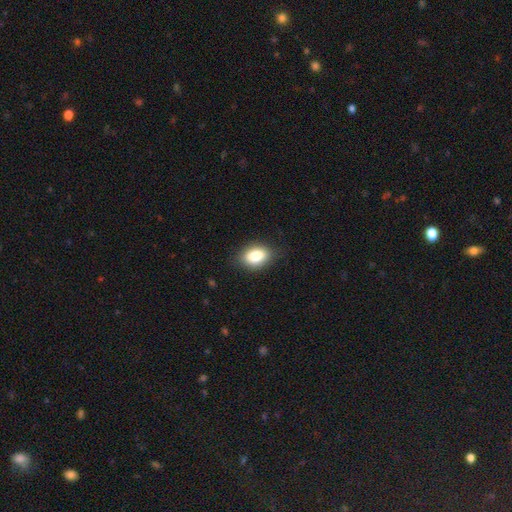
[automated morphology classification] Overall: smooth (84%). How rounded: in between (80%). Merging: none (82%).